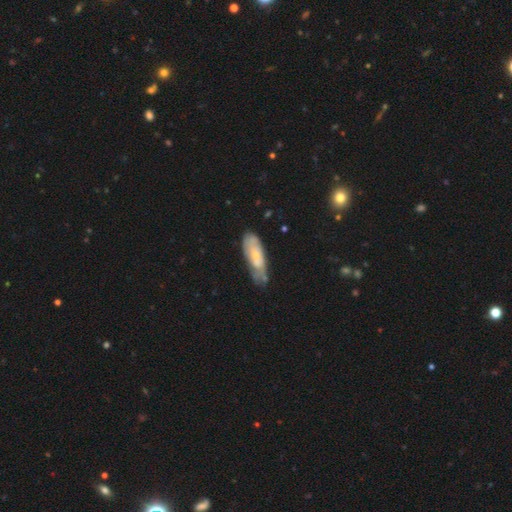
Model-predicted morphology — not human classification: A featured or disk galaxy (50%). Merging: none (49%).